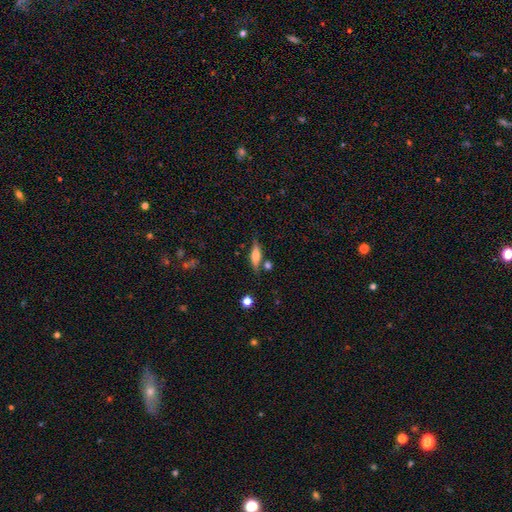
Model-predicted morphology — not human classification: The model was most divided on "smooth or featured": smooth: 52%, featured or disk: 40%, star or artifact: 8%. More confident: merging — none (71%); how rounded — cigar-shaped (58%).